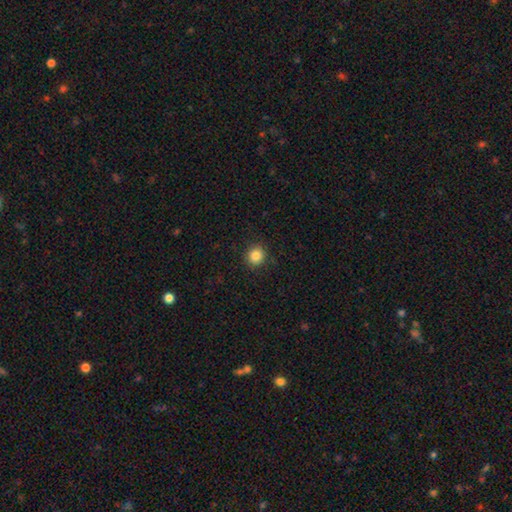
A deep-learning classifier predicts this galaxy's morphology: Q: Smooth or featured?
A: smooth (85%); runner-up: star or artifact (11%)
Q: How rounded?
A: round (87%); runner-up: in between (12%)
Q: Merging?
A: none (91%); runner-up: minor disturbance (6%)